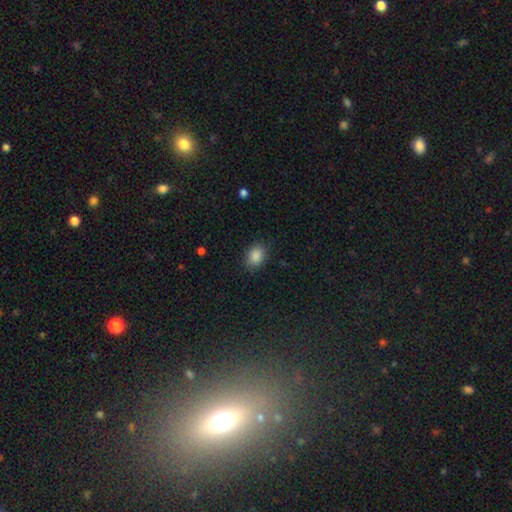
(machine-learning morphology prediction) smooth_or_featured: smooth (p=0.87) [alt: star or artifact p=0.09]
how_rounded: in between (p=0.68) [alt: round p=0.31]
merging: none (p=0.84) [alt: minor disturbance p=0.11]